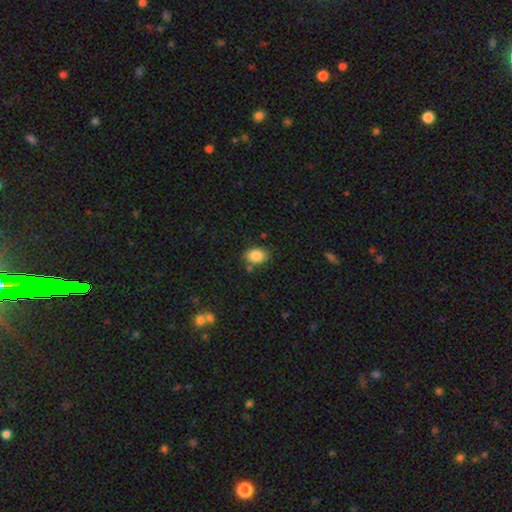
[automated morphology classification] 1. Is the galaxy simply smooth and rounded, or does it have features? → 87% smooth, 8% star or artifact, 5% featured or disk.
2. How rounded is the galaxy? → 75% in between, 24% round, 1% cigar-shaped.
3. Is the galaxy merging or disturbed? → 77% none, 14% minor disturbance, 6% merger, 3% major disturbance.